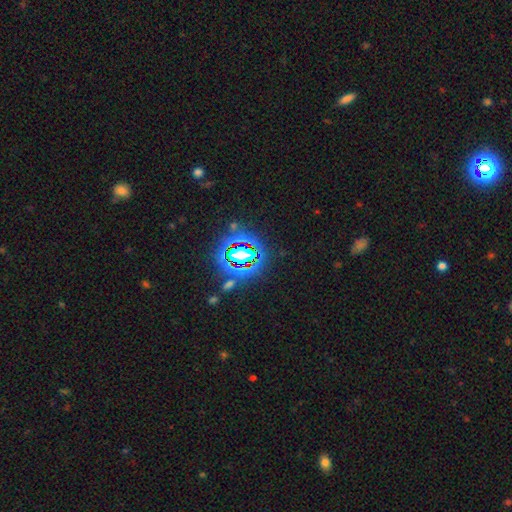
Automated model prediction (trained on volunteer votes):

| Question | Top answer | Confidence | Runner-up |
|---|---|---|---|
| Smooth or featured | star or artifact | 82% | smooth (10%) |